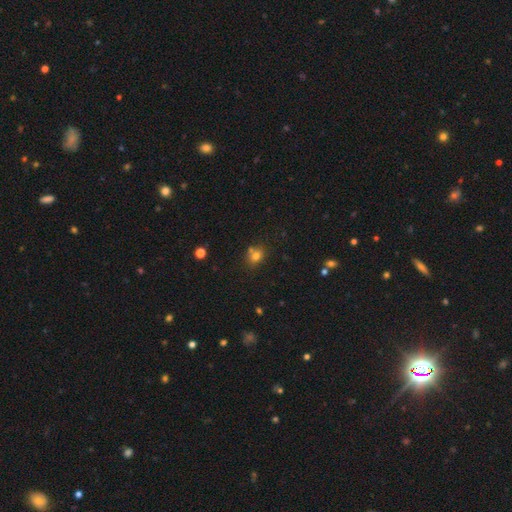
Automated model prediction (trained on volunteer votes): Smooth or featured?
  - smooth: 74% *
  - star or artifact: 16%
  - featured or disk: 10%
How rounded?
  - round: 66% *
  - in between: 33%
  - cigar-shaped: 1%
Merging?
  - none: 61% *
  - merger: 23%
  - minor disturbance: 12%
  - major disturbance: 4%